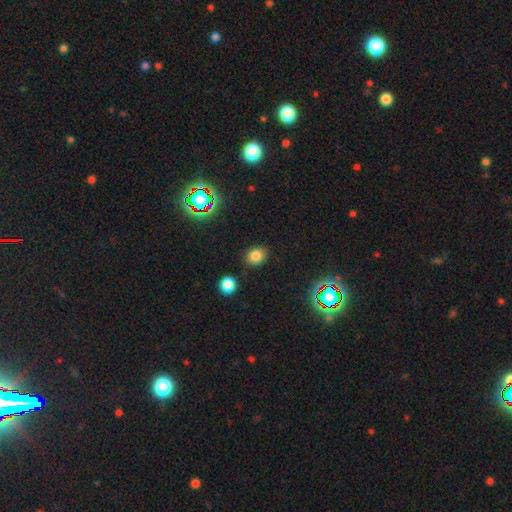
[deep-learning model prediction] The model was most divided on "how rounded": round: 56%, in between: 43%, cigar-shaped: 1%. More confident: merging — none (85%); smooth or featured — smooth (80%).